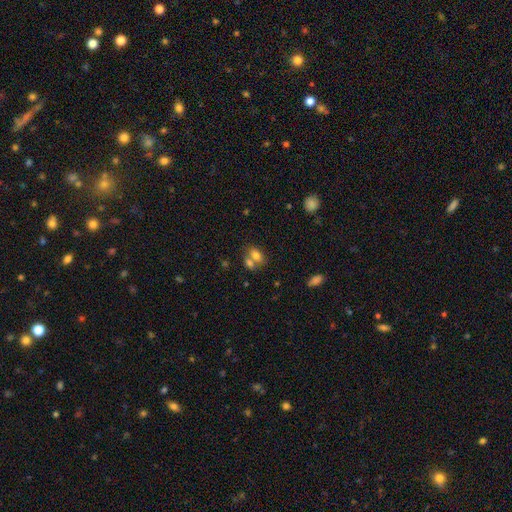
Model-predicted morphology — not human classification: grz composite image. It shows a smooth galaxy with no disk features (76%) that is in between round and cigar-shaped (81%). Merging: merger (49%).